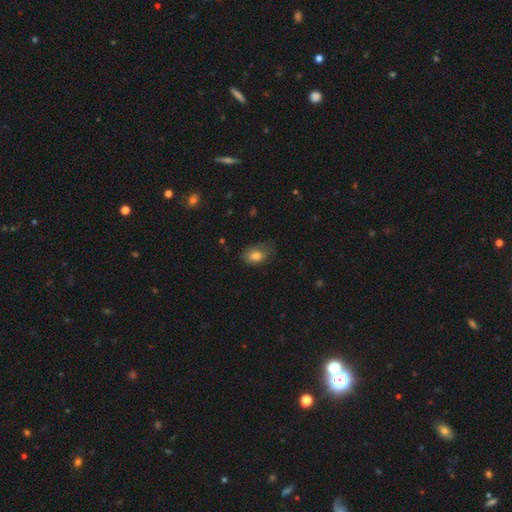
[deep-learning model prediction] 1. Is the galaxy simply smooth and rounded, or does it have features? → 80% smooth, 11% featured or disk, 9% star or artifact.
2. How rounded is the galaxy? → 80% in between, 19% round, 1% cigar-shaped.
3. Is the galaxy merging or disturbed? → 56% none, 32% minor disturbance, 10% major disturbance, 1% merger.